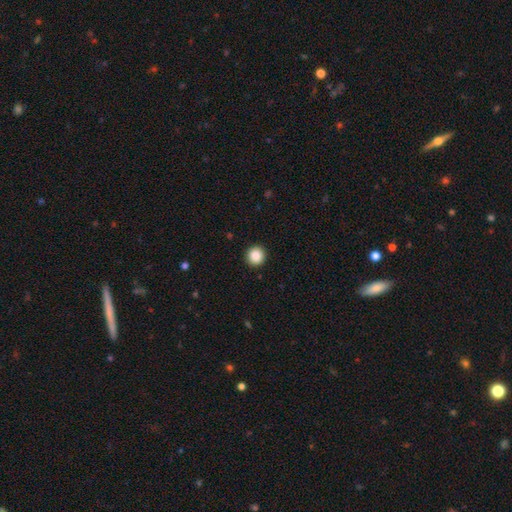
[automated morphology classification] Q: Smooth or featured?
A: smooth (88%); runner-up: star or artifact (9%)
Q: How rounded?
A: round (95%); runner-up: in between (5%)
Q: Merging?
A: none (93%); runner-up: minor disturbance (5%)